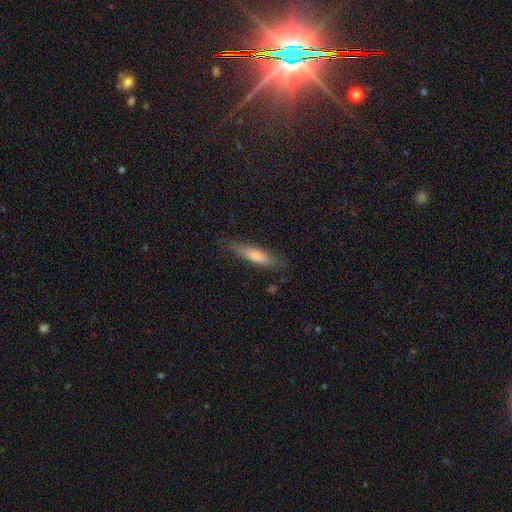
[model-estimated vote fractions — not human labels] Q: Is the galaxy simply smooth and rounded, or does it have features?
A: smooth — 64%.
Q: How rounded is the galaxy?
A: cigar-shaped — 79%.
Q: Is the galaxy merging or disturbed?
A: none — 82%.